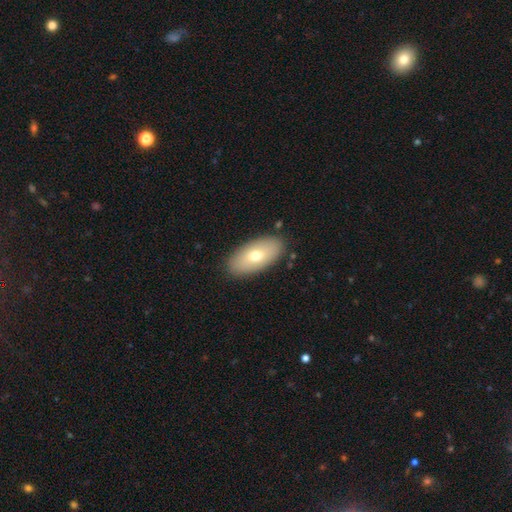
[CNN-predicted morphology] This is likely a smooth galaxy (69%). How rounded: clearly in between (92%). Merging: clearly none (87%).